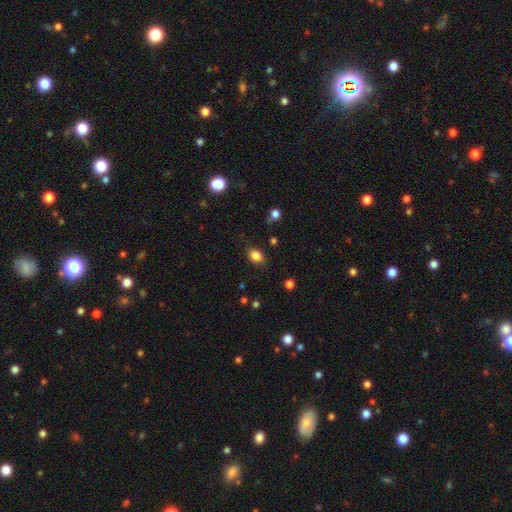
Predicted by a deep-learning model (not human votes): smooth 83%, star or artifact 10%, featured or disk 6%. Down the decision tree: how rounded — in between (66%); merging — none (79%).